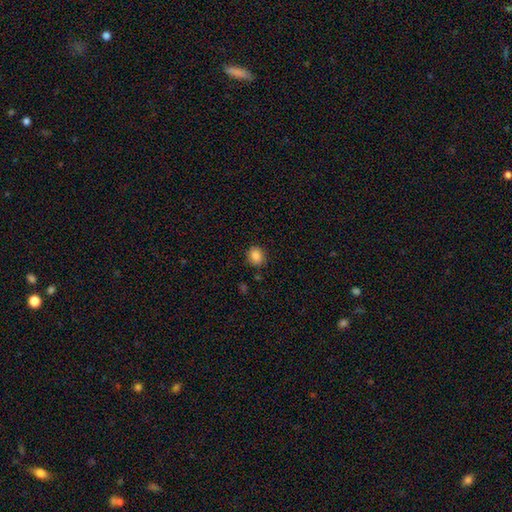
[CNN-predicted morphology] Smooth or featured? smooth (86%)
How rounded? round (63%)
Merging? none (86%)